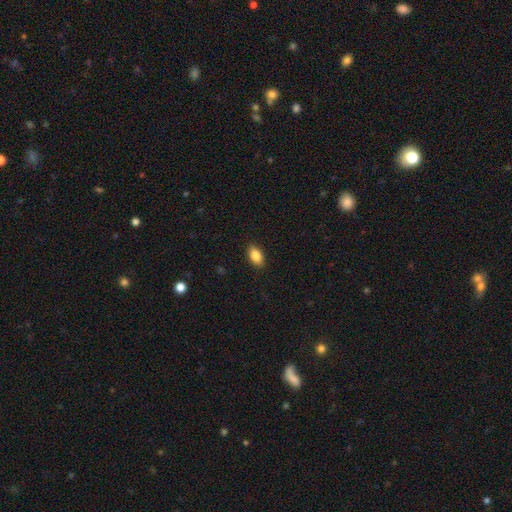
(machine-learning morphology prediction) Smooth or featured? smooth (85%)
How rounded? in between (90%)
Merging? none (89%)